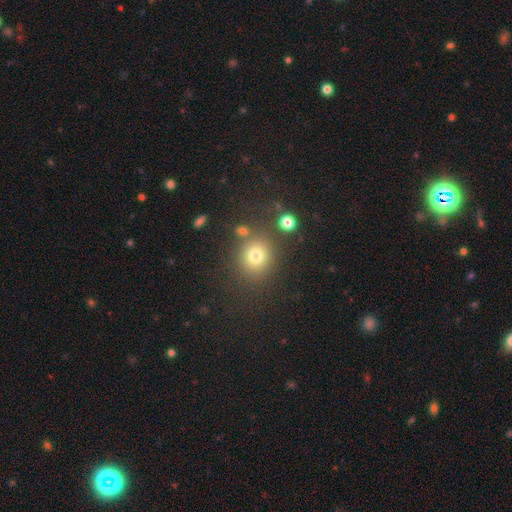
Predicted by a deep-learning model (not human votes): Q: Smooth or featured?
A: smooth (77%); runner-up: star or artifact (15%)
Q: How rounded?
A: round (79%); runner-up: in between (20%)
Q: Merging?
A: none (77%); runner-up: minor disturbance (10%)